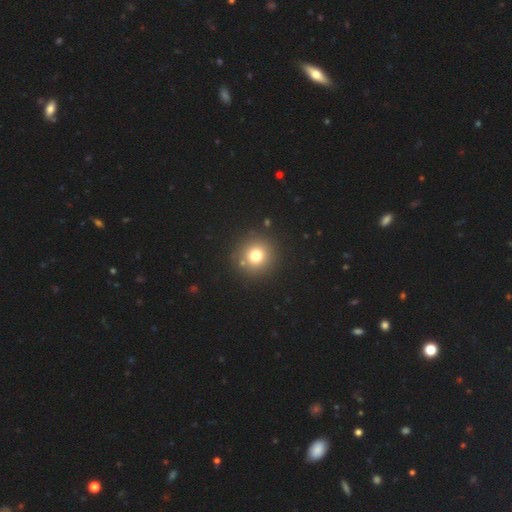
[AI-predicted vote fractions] Overall: smooth (76%). How rounded: round (93%). Merging: none (88%).